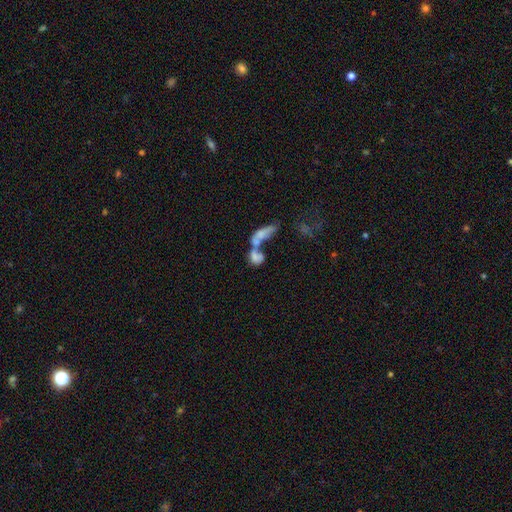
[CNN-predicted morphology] A smooth galaxy with no disk features (59%) that is in between round and cigar-shaped (71%). Merging: merger (70%).